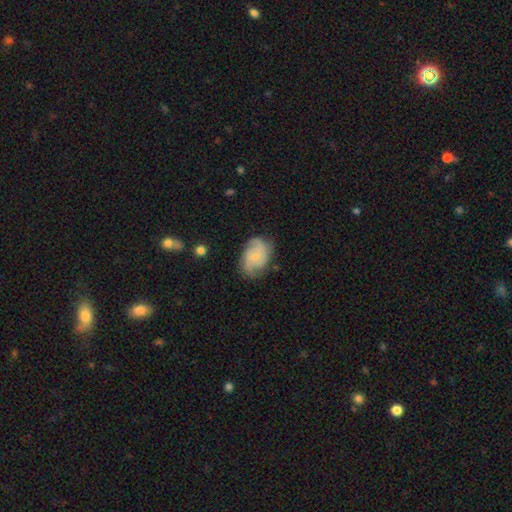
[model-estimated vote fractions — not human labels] Q: Smooth or featured?
A: featured or disk (73%); runner-up: smooth (21%)
Q: Edge-on disk?
A: no (98%); runner-up: yes (2%)
Q: Bar?
A: no (71%); runner-up: weak (26%)
Q: Spiral arms?
A: yes (94%); runner-up: no (6%)
Q: Spiral winding?
A: medium (44%); runner-up: tight (41%)
Q: Spiral arm count?
A: 2 (34%); runner-up: 3 (32%)
Q: Bulge size?
A: small (72%); runner-up: moderate (19%)
Q: Merging?
A: none (70%); runner-up: minor disturbance (22%)